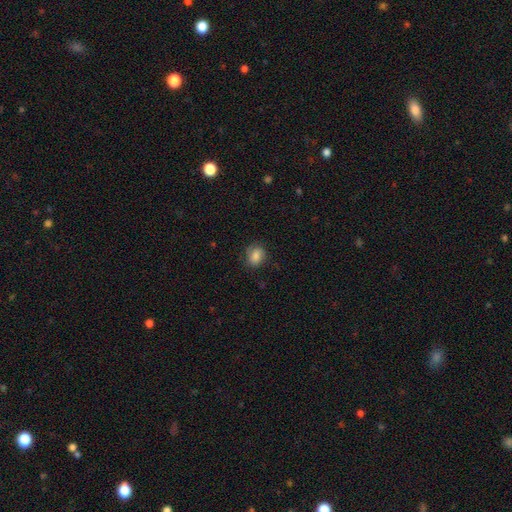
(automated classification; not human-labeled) A smooth galaxy with no disk features (78%) that is in between round and cigar-shaped (52%). Merging: none (73%).